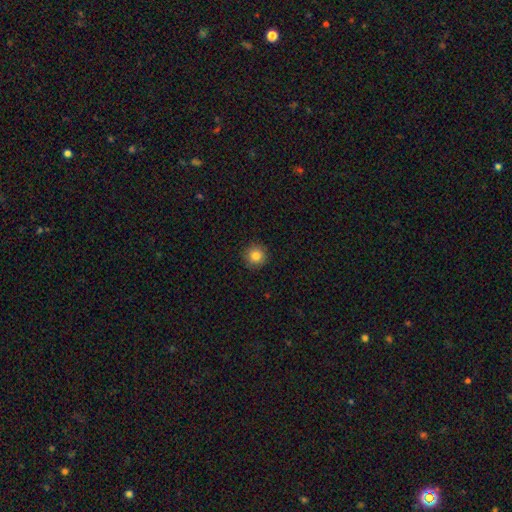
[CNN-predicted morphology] smooth-or-featured: smooth: 84% | star or artifact: 11% | featured or disk: 5%
  how-rounded: round: 95% | in between: 4% | cigar-shaped: 1%
  merging: none: 92% | minor disturbance: 6% | major disturbance: 2% | merger: 1%